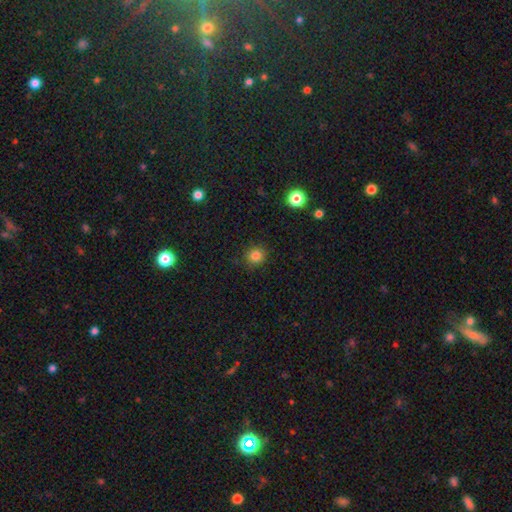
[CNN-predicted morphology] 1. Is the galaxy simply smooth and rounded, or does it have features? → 82% smooth, 13% star or artifact, 5% featured or disk.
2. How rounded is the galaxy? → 87% round, 12% in between, 1% cigar-shaped.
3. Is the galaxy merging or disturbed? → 89% none, 7% minor disturbance, 2% major disturbance, 1% merger.